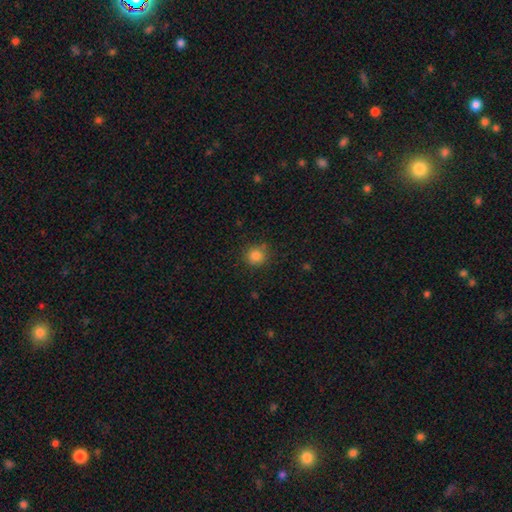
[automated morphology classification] Smooth or featured? Predicted: smooth (p=0.84). How rounded? Predicted: round (p=0.90). Merging? Predicted: none (p=0.82).